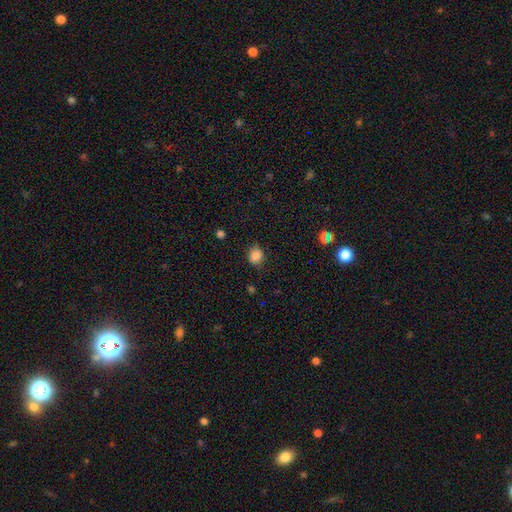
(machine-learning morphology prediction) Smooth or featured? smooth (84%)
How rounded? round (67%)
Merging? none (75%)